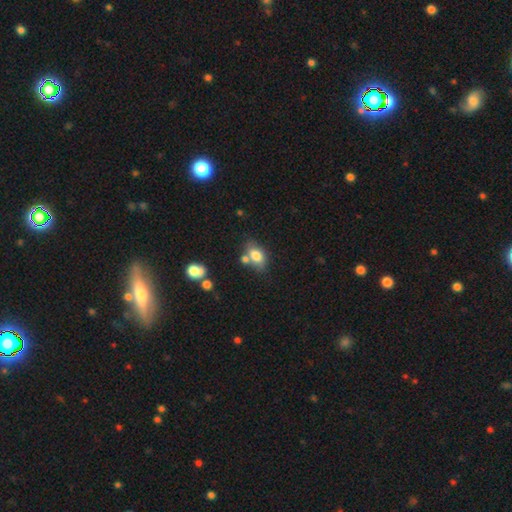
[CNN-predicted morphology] smooth-or-featured: smooth: 77% | featured or disk: 14% | star or artifact: 9%
  how-rounded: in between: 84% | round: 14% | cigar-shaped: 2%
  merging: none: 56% | merger: 23% | minor disturbance: 16% | major disturbance: 5%